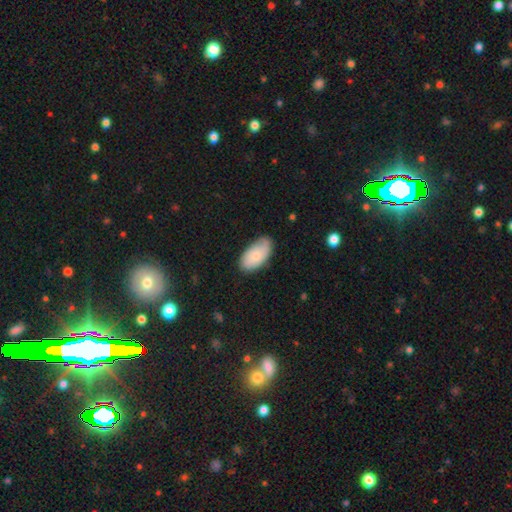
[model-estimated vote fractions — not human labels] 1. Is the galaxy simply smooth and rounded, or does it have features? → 72% smooth, 22% featured or disk, 6% star or artifact.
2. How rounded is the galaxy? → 95% in between, 3% round, 2% cigar-shaped.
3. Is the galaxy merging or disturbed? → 70% none, 24% minor disturbance, 5% major disturbance, 1% merger.